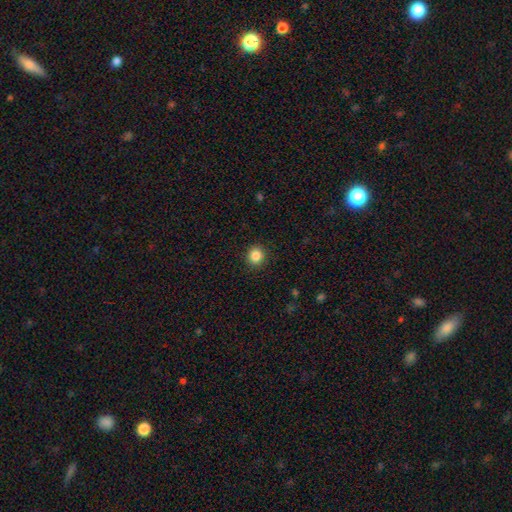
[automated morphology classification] smooth-or-featured: smooth: 85% | star or artifact: 10% | featured or disk: 4%
  how-rounded: round: 84% | in between: 15% | cigar-shaped: 1%
  merging: none: 91% | minor disturbance: 6% | major disturbance: 2% | merger: 1%